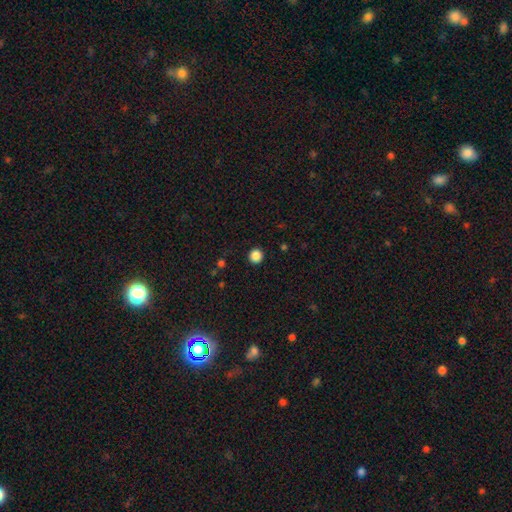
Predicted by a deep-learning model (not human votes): Q: Smooth or featured?
A: smooth (86%); runner-up: star or artifact (11%)
Q: How rounded?
A: round (93%); runner-up: in between (6%)
Q: Merging?
A: none (92%); runner-up: minor disturbance (5%)